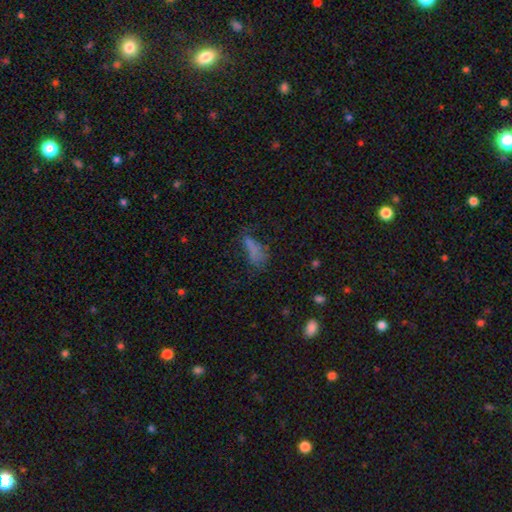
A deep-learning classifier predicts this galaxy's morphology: smooth_or_featured: smooth (p=0.56) [alt: star or artifact p=0.29]
how_rounded: in between (p=0.63) [alt: cigar-shaped p=0.29]
merging: none (p=0.60) [alt: minor disturbance p=0.20]